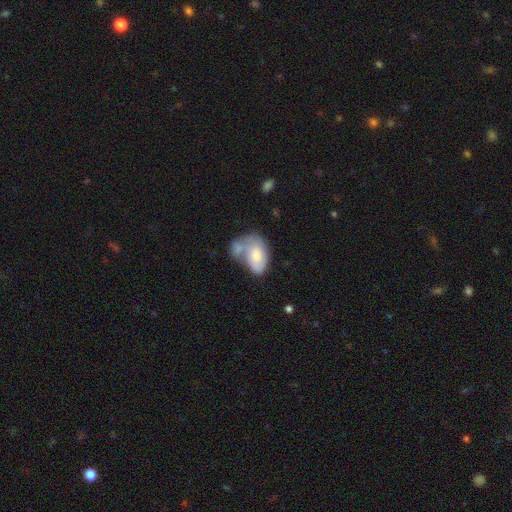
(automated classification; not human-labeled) Morphology: type=smooth (63%); roundness=in between (89%); merging=merger (47%).